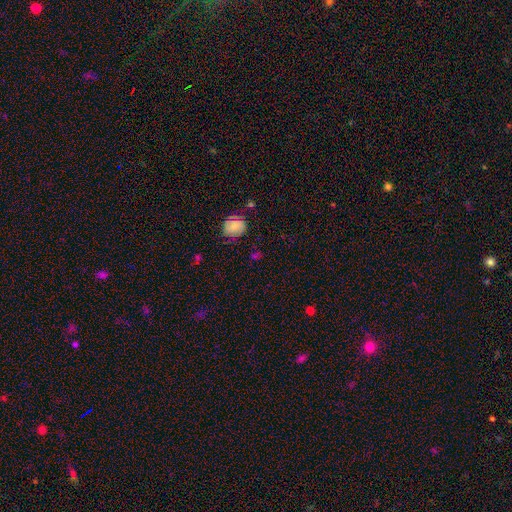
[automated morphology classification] This is possibly a smooth galaxy (55%). How rounded: likely round (62%). Merging: likely none (73%).